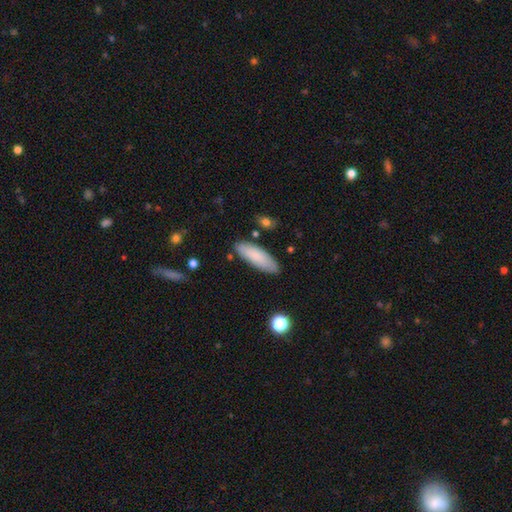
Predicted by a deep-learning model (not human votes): This appears to be a smooth galaxy with no disk features (84%) that is in between round and cigar-shaped (56%). Merging: none (85%).